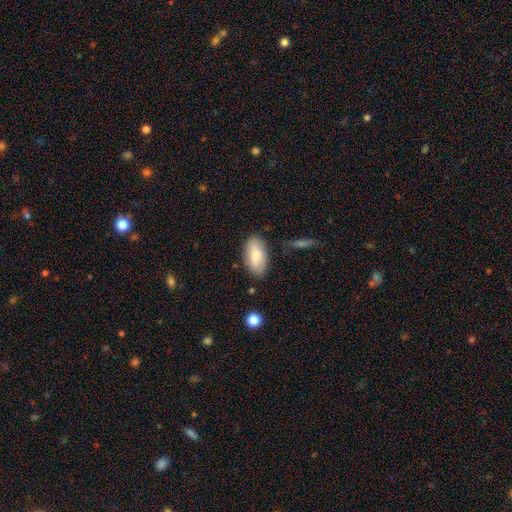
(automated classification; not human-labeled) Overall: smooth (83%). How rounded: in between (91%). Merging: none (79%).